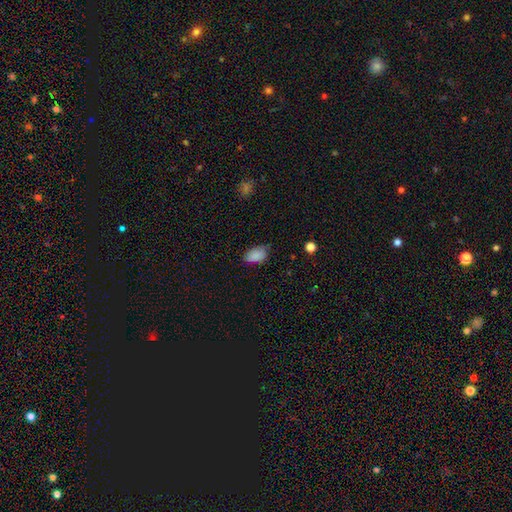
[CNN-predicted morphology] Smooth or featured? smooth (86%)
How rounded? in between (91%)
Merging? none (65%)